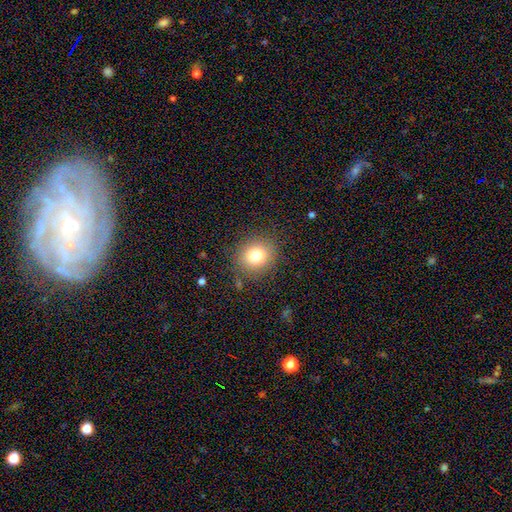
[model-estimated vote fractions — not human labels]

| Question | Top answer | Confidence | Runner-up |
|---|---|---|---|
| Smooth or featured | smooth | 78% | star or artifact (13%) |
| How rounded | round | 87% | in between (12%) |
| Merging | none | 86% | minor disturbance (9%) |